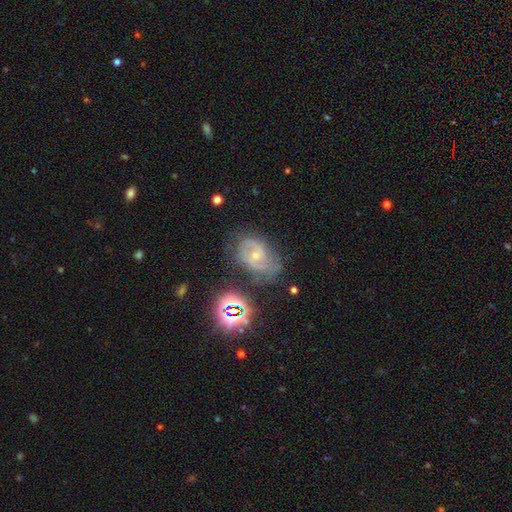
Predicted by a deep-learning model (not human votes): Smooth or featured? featured or disk (77%)
Edge-on disk? no (97%)
Bar? no (56%)
Spiral arms? yes (92%)
Spiral winding? medium (48%)
Spiral arm count? 2 (71%)
Bulge size? small (61%)
Merging? none (58%)